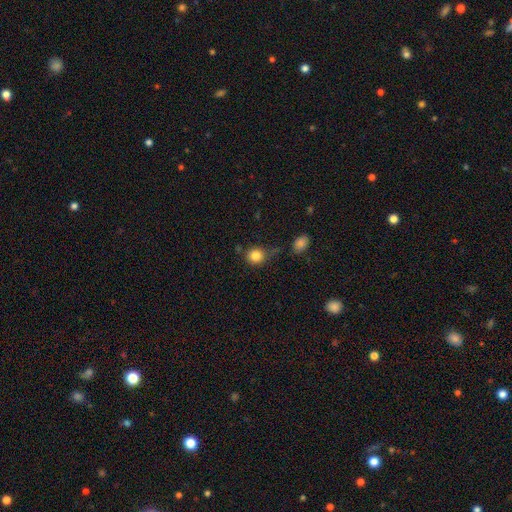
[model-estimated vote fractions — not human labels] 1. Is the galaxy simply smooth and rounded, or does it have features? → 83% smooth, 11% star or artifact, 6% featured or disk.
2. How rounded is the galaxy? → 82% round, 17% in between, 1% cigar-shaped.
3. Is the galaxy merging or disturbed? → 67% none, 18% minor disturbance, 9% merger, 6% major disturbance.